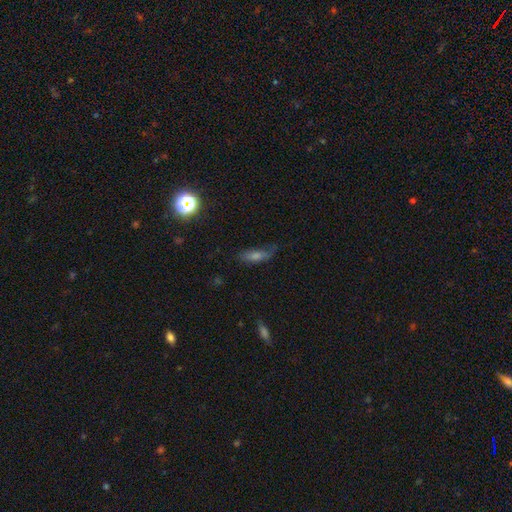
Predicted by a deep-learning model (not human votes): smooth_or_featured: smooth (p=0.51) [alt: featured or disk p=0.29]
how_rounded: in between (p=0.54) [alt: cigar-shaped p=0.40]
merging: none (p=0.55) [alt: minor disturbance p=0.28]